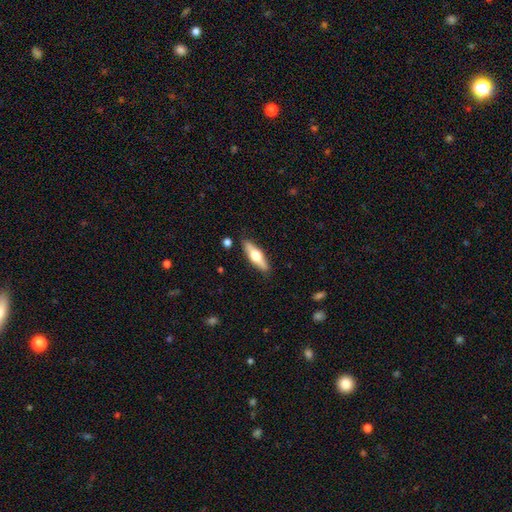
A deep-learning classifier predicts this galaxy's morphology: A featured or disk galaxy (49%).

Vote fractions:
- Smooth or featured? featured or disk: 49% / smooth: 46% / star or artifact: 5%
- Merging? none: 87% / minor disturbance: 9% / major disturbance: 2% / merger: 2%